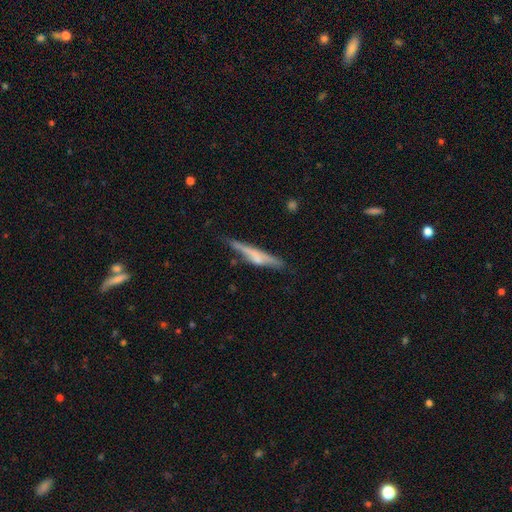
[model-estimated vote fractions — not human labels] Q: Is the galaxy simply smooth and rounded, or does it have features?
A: featured or disk — 53%.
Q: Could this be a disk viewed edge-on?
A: yes — 91%.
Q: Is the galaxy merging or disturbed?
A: none — 61%.